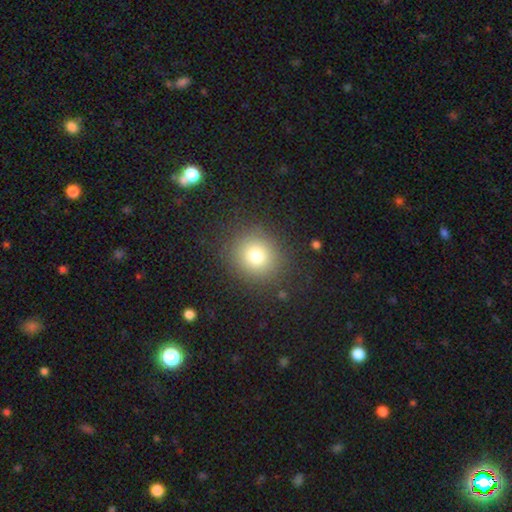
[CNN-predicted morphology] smooth-or-featured: smooth: 76% | star or artifact: 14% | featured or disk: 9%
  how-rounded: round: 88% | in between: 11% | cigar-shaped: 1%
  merging: none: 86% | minor disturbance: 8% | major disturbance: 4% | merger: 1%